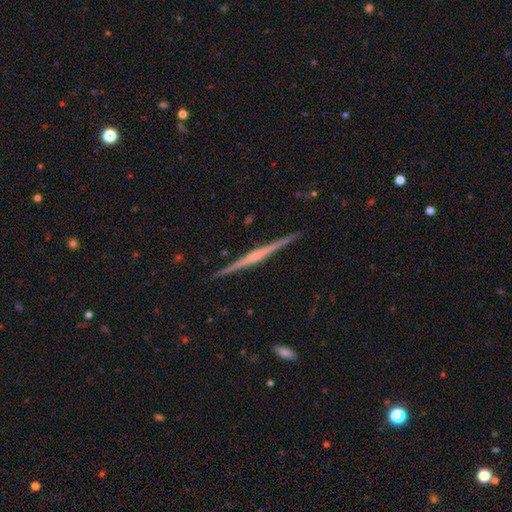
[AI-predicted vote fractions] Morphology: type=featured or disk (81%); edge-on=yes (99%); edge-on bulge=rounded (45%); merging=none (92%).